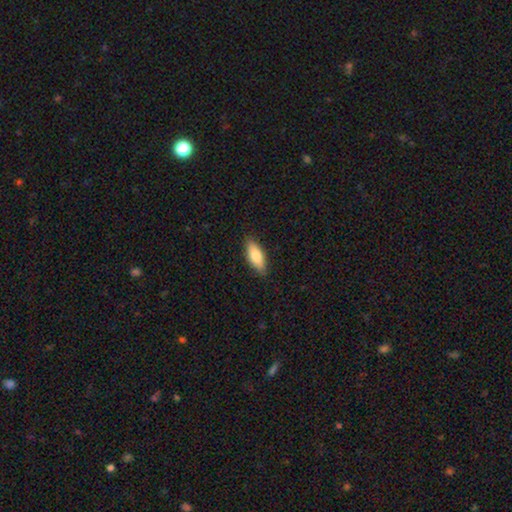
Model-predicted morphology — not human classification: smooth 77%, featured or disk 17%, star or artifact 6%. Down the decision tree: how rounded — in between (70%); merging — none (87%).